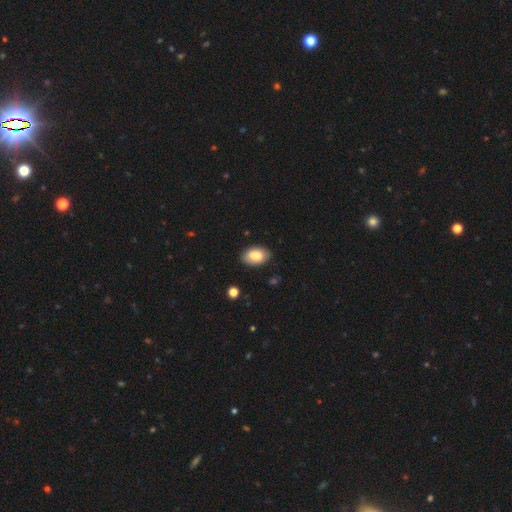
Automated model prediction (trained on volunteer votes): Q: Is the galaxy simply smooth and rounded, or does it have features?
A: smooth — 82%.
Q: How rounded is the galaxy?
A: in between — 90%.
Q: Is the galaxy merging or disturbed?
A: none — 85%.